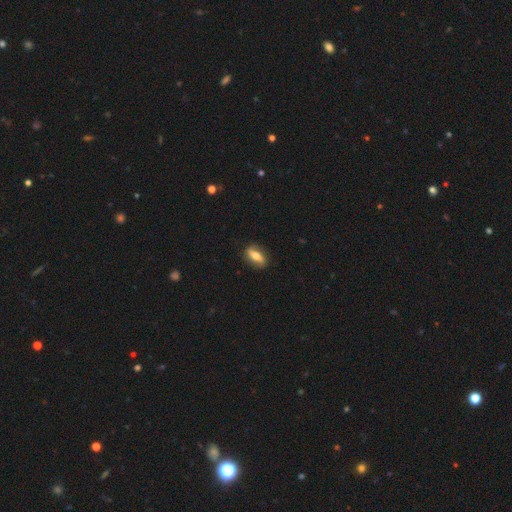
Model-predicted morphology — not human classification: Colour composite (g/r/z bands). It shows a featured or disk galaxy (49%). Merging: none (84%).